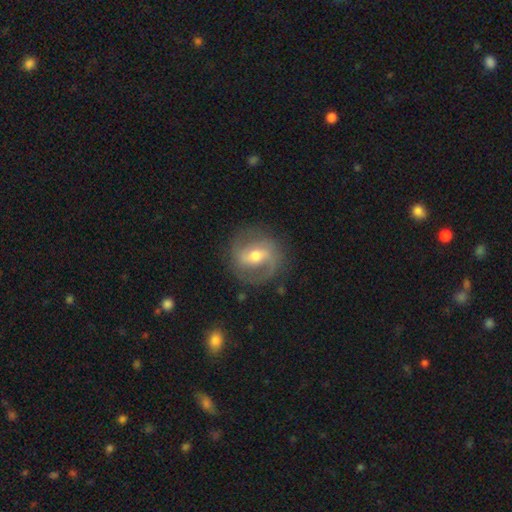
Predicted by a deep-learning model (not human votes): This is likely a featured or disk galaxy (78%). It is clearly not viewed edge-on (96%). Bar: possibly weak (47%). Spiral arm pattern: clearly yes (88%). Spiral arm count: likely 2 (79%). Spiral winding: possibly medium (48%). Central bulge: likely moderate (69%). Merging: likely none (79%).